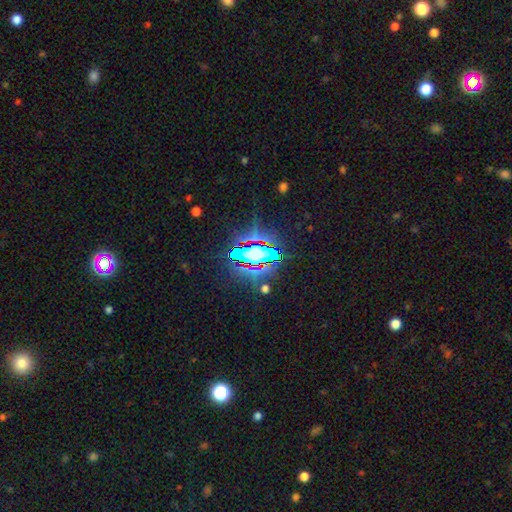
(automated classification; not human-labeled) star or artifact 67%, smooth 20%, featured or disk 13%.